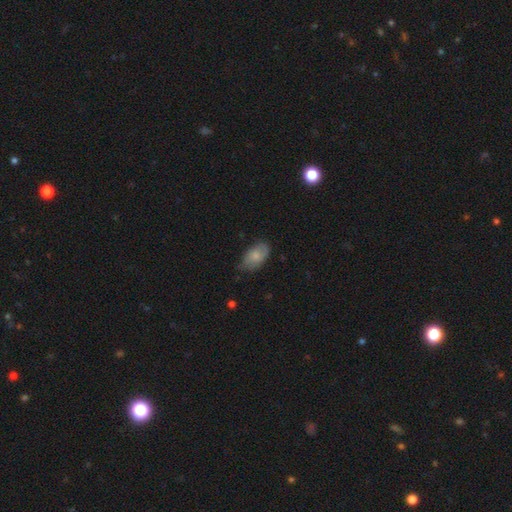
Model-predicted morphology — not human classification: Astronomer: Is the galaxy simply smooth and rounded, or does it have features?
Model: smooth — 76%.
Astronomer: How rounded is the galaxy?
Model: in between — 93%.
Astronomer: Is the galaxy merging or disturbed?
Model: none — 66%.